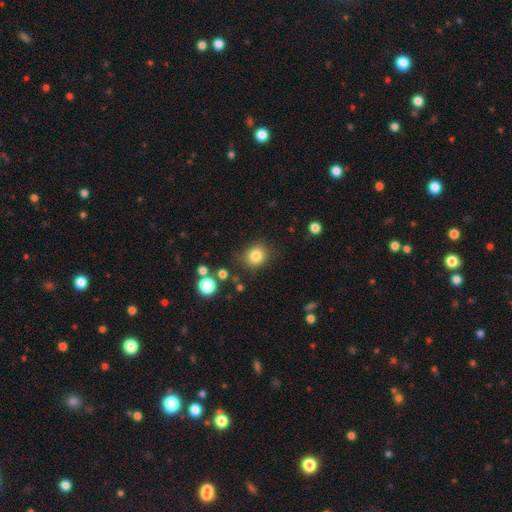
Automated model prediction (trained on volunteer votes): smooth 82%, star or artifact 11%, featured or disk 7%. Down the decision tree: how rounded — round (78%); merging — none (81%).